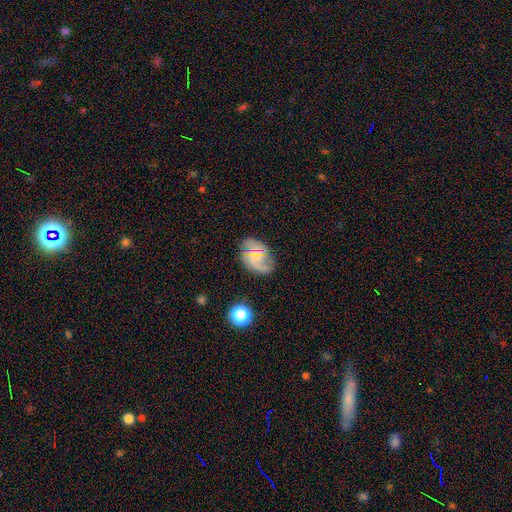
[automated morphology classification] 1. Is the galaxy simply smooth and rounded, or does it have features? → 55% featured or disk, 33% smooth, 12% star or artifact.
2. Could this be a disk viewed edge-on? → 97% no, 3% yes.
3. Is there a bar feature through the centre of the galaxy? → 56% no, 37% weak, 7% strong.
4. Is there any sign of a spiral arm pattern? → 83% yes, 17% no.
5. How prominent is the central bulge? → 69% small, 21% moderate, 8% none, 2% large, 1% dominant.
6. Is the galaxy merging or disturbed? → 72% none, 19% minor disturbance, 7% major disturbance, 2% merger.